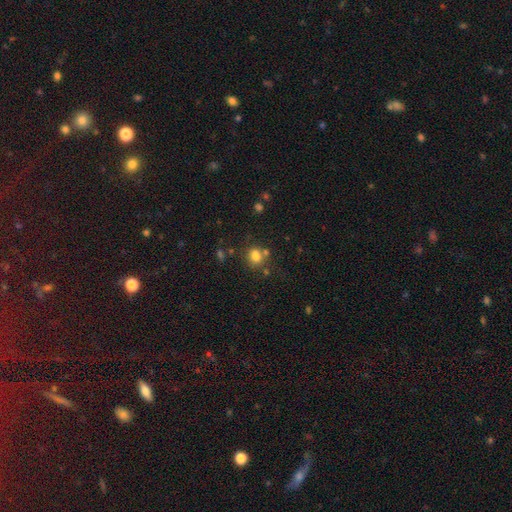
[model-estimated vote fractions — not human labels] Morphology: type=smooth (77%); roundness=round (56%); merging=none (62%).